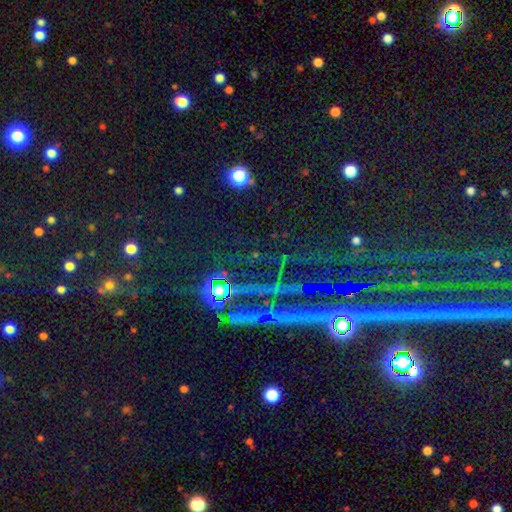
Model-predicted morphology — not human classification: Smooth or featured?
  - star or artifact: 79% *
  - smooth: 11%
  - featured or disk: 10%